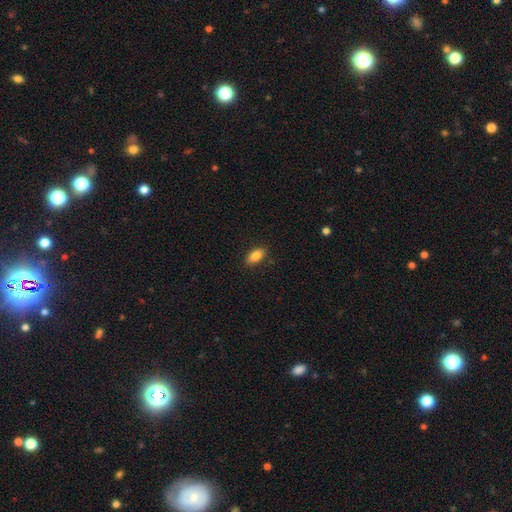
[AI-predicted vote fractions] This is clearly a smooth galaxy (83%). How rounded: clearly in between (88%). Merging: clearly none (86%).